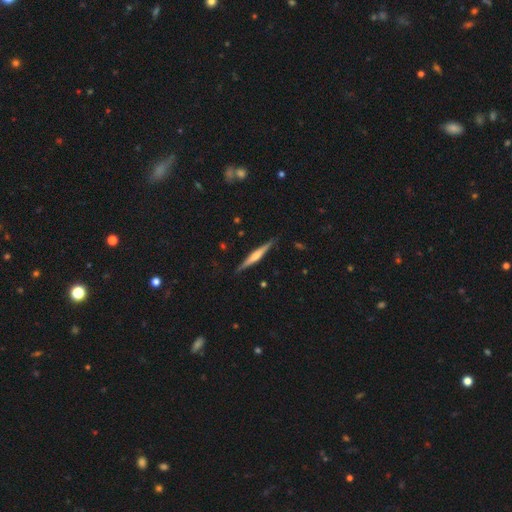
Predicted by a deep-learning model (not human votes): smooth-or-featured: featured or disk: 64% | smooth: 30% | star or artifact: 6%
  disk-edge-on: yes: 98% | no: 2%
    edge-on-bulge: rounded: 68% | none: 17% | boxy: 16%
  merging: none: 89% | minor disturbance: 8% | major disturbance: 2% | merger: 1%